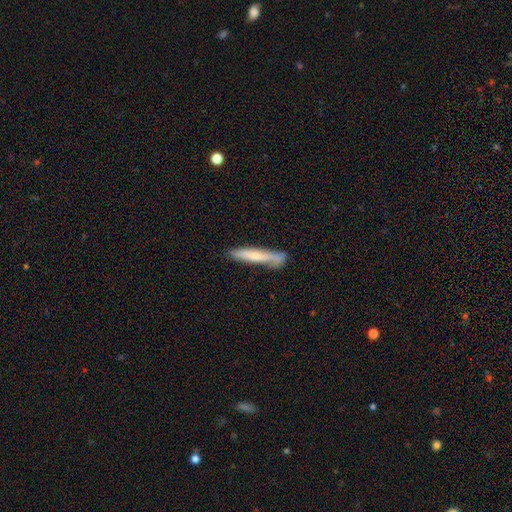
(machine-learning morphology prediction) Smooth or featured: smooth — 59% (featured or disk — 35%)
How rounded: cigar-shaped — 93% (in between — 6%)
Merging: none — 74% (minor disturbance — 18%)